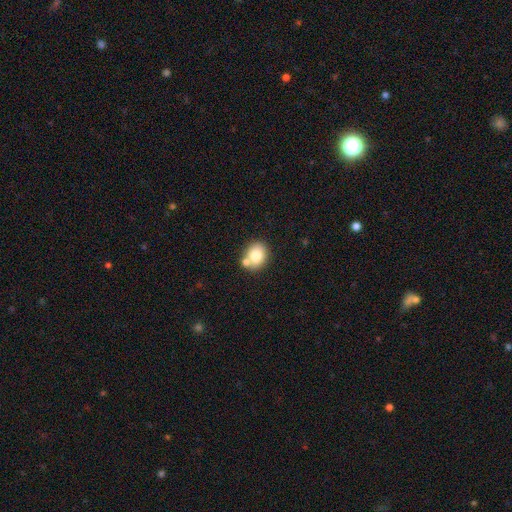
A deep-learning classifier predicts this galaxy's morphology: This appears to be a smooth galaxy with no disk features (78%) that is round (58%). Merging: none (63%).